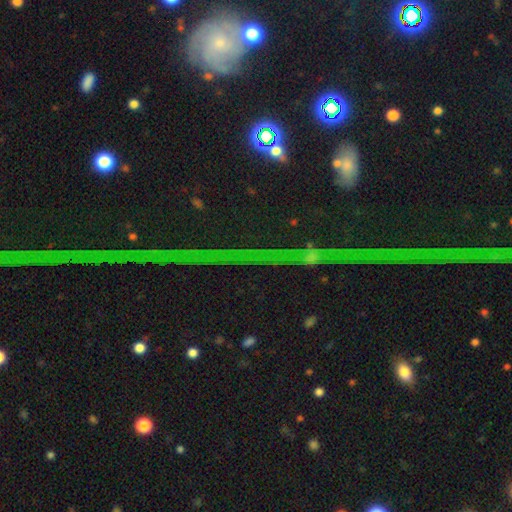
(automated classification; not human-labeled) A star or artifact, not a galaxy (71%).

Vote fractions:
- Smooth or featured? star or artifact: 71% / featured or disk: 18% / smooth: 11%